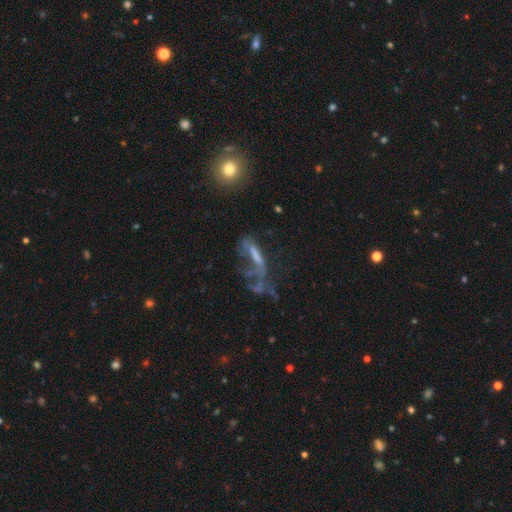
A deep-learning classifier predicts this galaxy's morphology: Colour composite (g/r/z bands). It shows a featured or disk galaxy (50%). Merging: major disturbance (43%).